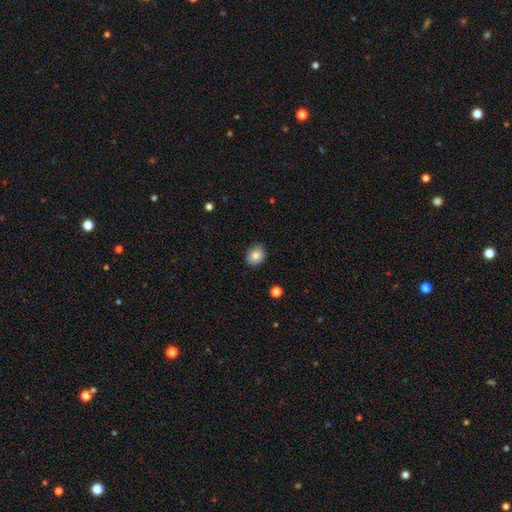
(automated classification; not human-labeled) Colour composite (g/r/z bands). It shows a smooth galaxy with no disk features (84%) that is round (67%). Merging: none (87%).